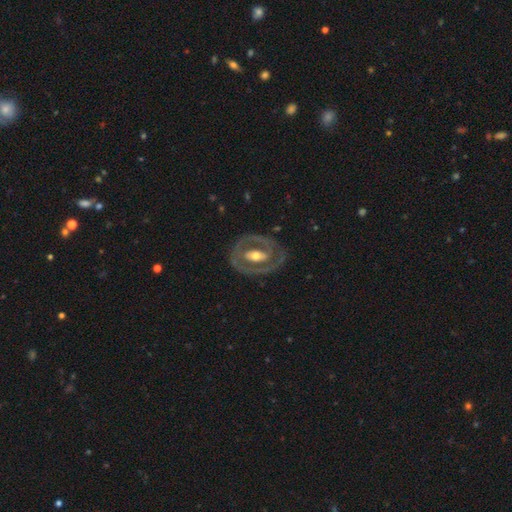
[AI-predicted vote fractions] A featured or disk galaxy (75%) with no bar (42%), no spiral arms (59%) and a moderate central bulge (66%). Merging: none (72%).